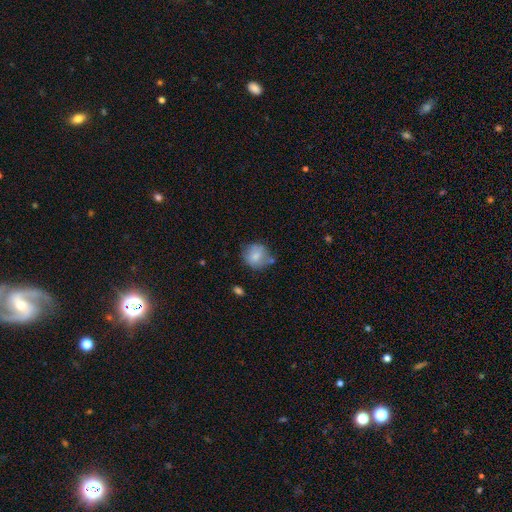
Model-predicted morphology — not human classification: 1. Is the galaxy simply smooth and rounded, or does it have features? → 75% smooth, 16% featured or disk, 8% star or artifact.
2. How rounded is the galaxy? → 81% round, 18% in between, 1% cigar-shaped.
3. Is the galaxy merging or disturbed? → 58% none, 26% minor disturbance, 8% major disturbance, 7% merger.